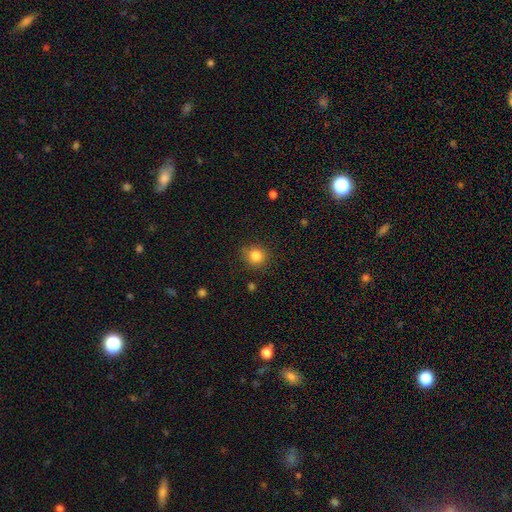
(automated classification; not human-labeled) This appears to be a smooth galaxy with no disk features (84%) that is round (88%). Merging: none (85%).